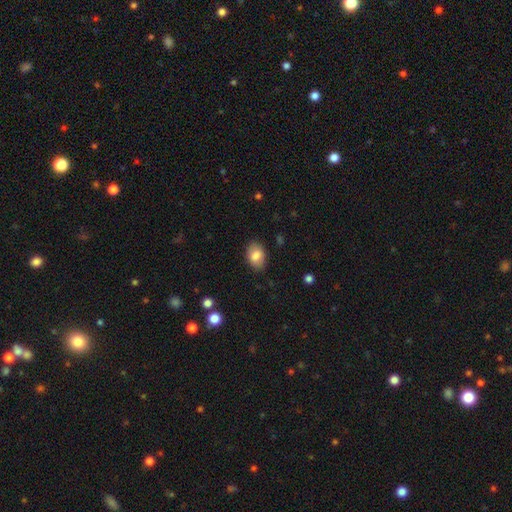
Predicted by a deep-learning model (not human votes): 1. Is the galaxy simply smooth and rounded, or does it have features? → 82% smooth, 11% featured or disk, 7% star or artifact.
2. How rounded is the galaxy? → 85% in between, 14% round, 1% cigar-shaped.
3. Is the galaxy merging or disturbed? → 84% none, 12% minor disturbance, 3% major disturbance, 1% merger.